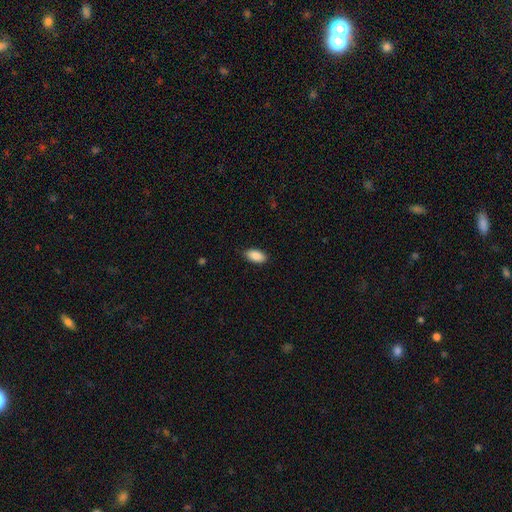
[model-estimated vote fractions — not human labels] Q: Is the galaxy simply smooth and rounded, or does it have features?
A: smooth — 90%.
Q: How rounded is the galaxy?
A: in between — 94%.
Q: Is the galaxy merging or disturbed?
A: none — 85%.